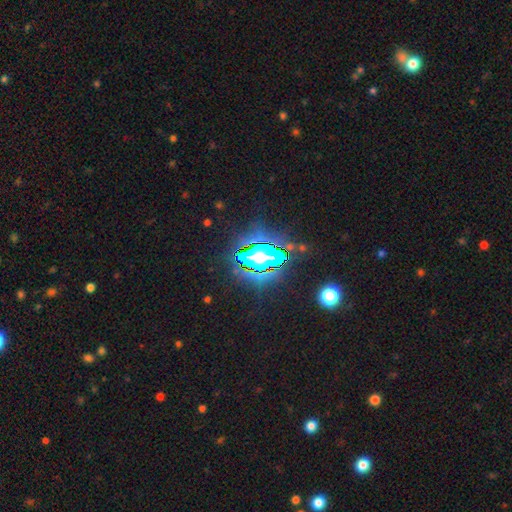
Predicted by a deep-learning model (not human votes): Smooth or featured? star or artifact (65%)